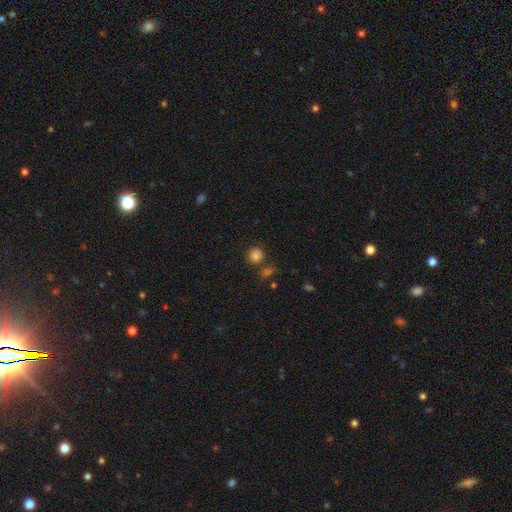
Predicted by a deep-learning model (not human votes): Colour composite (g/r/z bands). It shows a smooth galaxy with no disk features (82%) that is round (84%). Merging: none (73%).